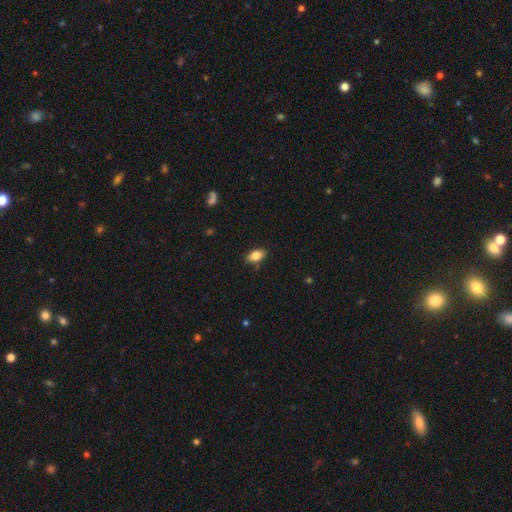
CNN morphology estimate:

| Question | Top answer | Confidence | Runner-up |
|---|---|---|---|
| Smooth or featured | smooth | 83% | featured or disk (9%) |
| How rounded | in between | 89% | round (7%) |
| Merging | none | 85% | minor disturbance (11%) |